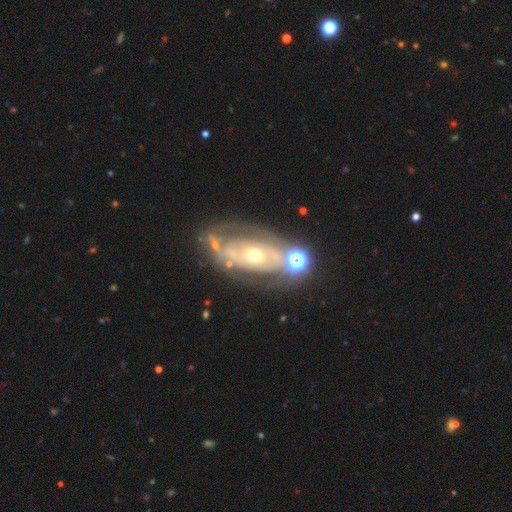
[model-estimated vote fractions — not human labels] This appears to be a featured or disk galaxy (78%) with no bar (74%), spiral arms (57%) and a moderate central bulge (61%). Merging: none (61%).